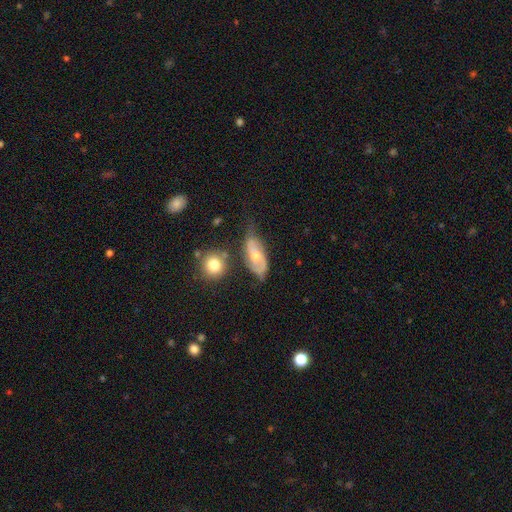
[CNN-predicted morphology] Smooth or featured: featured or disk — 58% (smooth — 35%)
Edge-on disk: no — 90% (yes — 10%)
Bar: no — 50% (weak — 39%)
Spiral arms: yes — 81% (no — 19%)
Bulge size: moderate — 59% (small — 32%)
Merging: none — 47% (minor disturbance — 31%)